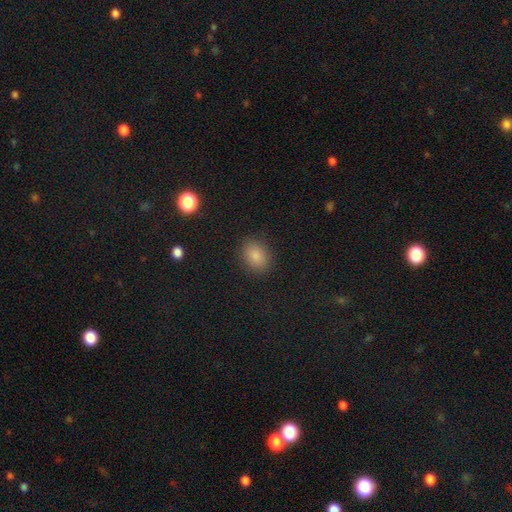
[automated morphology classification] smooth_or_featured: smooth (p=0.85) [alt: star or artifact p=0.10]
how_rounded: in between (p=0.63) [alt: round p=0.36]
merging: none (p=0.87) [alt: minor disturbance p=0.09]